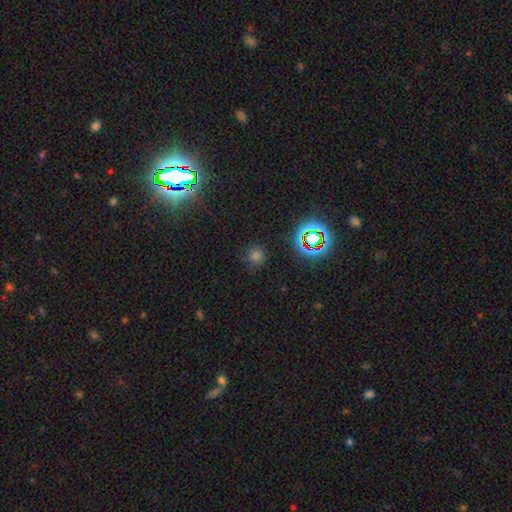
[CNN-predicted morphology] Overall: smooth (66%; star or artifact 29%). How rounded: round (91%). Merging: none (84%).